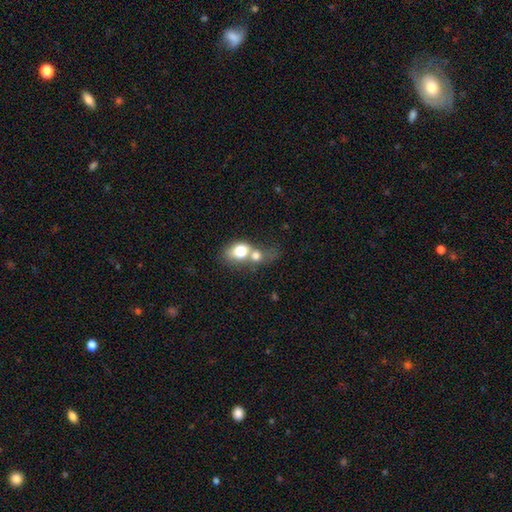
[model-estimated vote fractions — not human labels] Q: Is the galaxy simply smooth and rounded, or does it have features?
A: smooth — 70%.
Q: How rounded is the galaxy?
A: in between — 59%.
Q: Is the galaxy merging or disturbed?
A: merger — 68%.